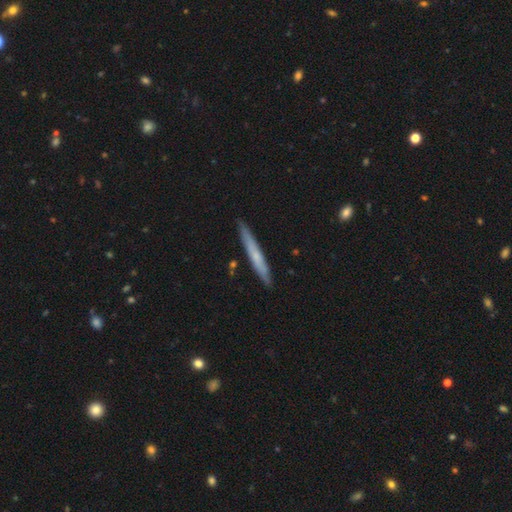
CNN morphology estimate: smooth 53%, featured or disk 41%, star or artifact 5%. Down the decision tree: how rounded — cigar-shaped (96%); merging — none (88%).